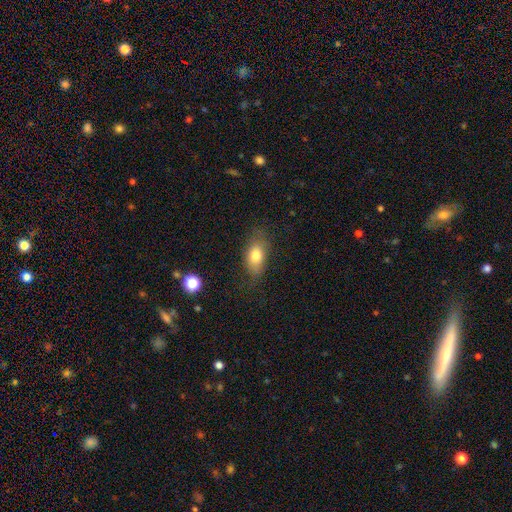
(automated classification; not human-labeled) smooth_or_featured: smooth (p=0.77) [alt: featured or disk p=0.14]
how_rounded: in between (p=0.85) [alt: round p=0.10]
merging: none (p=0.70) [alt: minor disturbance p=0.21]